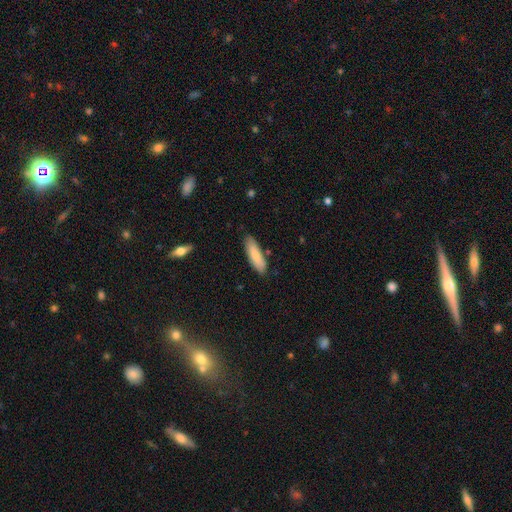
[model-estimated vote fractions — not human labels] Smooth or featured? smooth (83%)
How rounded? cigar-shaped (55%)
Merging? none (83%)